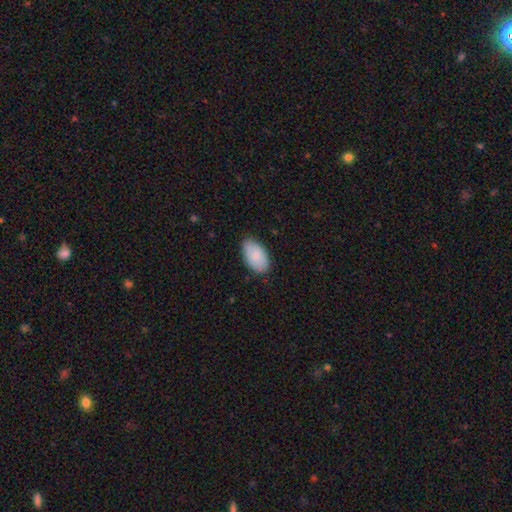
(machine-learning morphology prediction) smooth_or_featured: smooth (p=0.84) [alt: featured or disk p=0.10]
how_rounded: in between (p=0.95) [alt: round p=0.04]
merging: none (p=0.79) [alt: minor disturbance p=0.17]